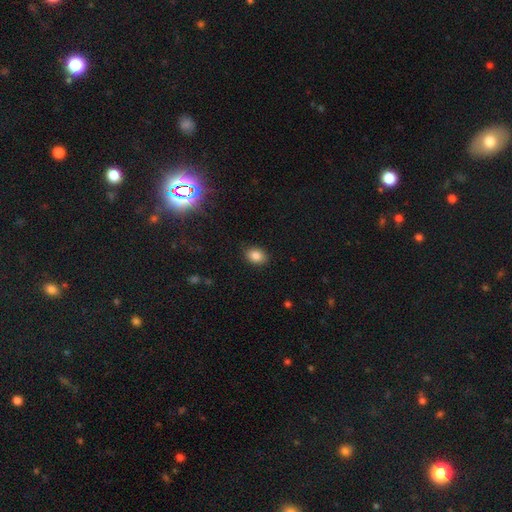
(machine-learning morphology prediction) smooth 84%, star or artifact 10%, featured or disk 6%. Down the decision tree: how rounded — in between (68%); merging — none (88%).